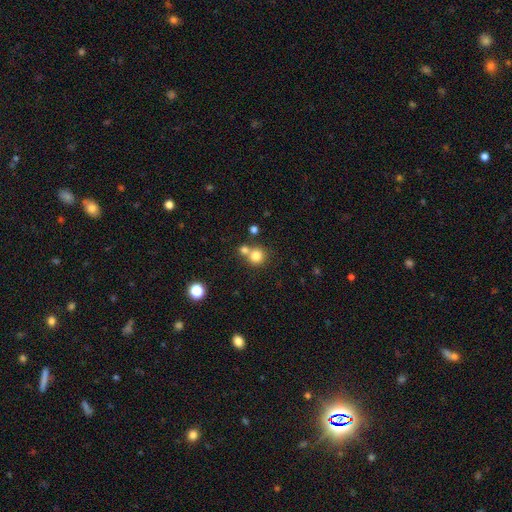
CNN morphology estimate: A smooth galaxy with no disk features (80%) that is round (91%).

Vote fractions:
- Smooth or featured? smooth: 80% / star or artifact: 12% / featured or disk: 8%
- How rounded? round: 91% / in between: 8% / cigar-shaped: 1%
- Merging? none: 56% / merger: 35% / minor disturbance: 7% / major disturbance: 3%